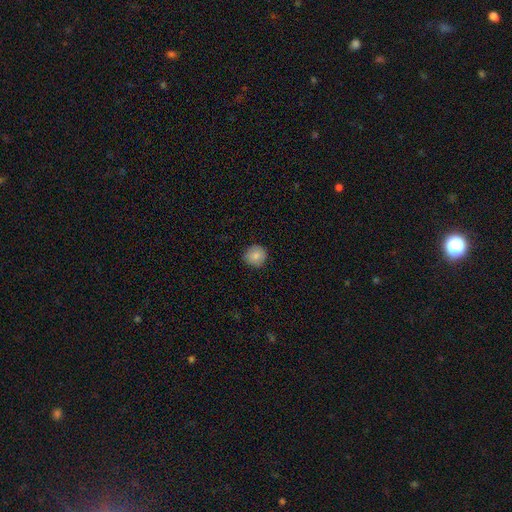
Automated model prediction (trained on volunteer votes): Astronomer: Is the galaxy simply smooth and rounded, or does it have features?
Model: smooth — 85%.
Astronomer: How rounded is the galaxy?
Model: round — 93%.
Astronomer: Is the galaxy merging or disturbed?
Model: none — 89%.